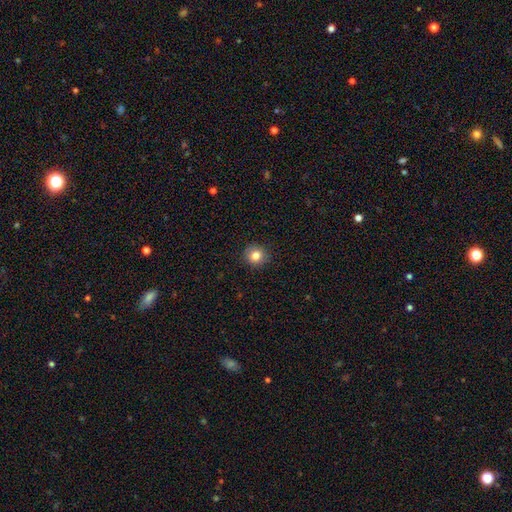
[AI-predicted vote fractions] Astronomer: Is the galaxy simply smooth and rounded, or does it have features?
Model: smooth — 82%.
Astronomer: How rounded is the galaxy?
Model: round — 92%.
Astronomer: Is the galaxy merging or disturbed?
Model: none — 92%.